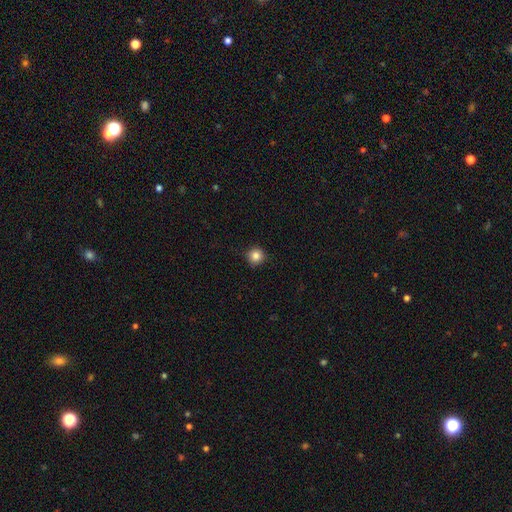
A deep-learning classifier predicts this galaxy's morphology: Smooth or featured: smooth — 84% (star or artifact — 11%)
How rounded: round — 94% (in between — 5%)
Merging: none — 89% (minor disturbance — 8%)